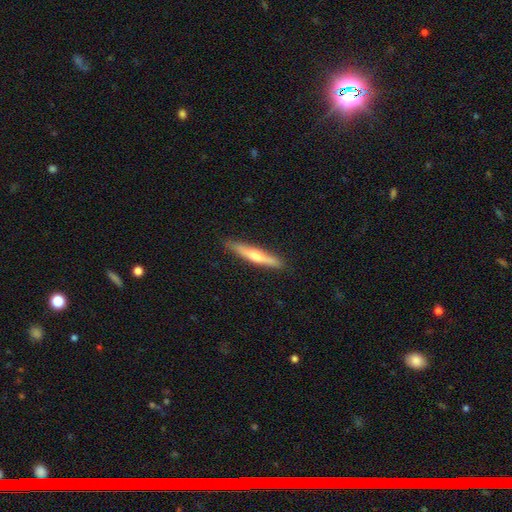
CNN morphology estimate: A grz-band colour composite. It shows a featured or disk galaxy (49%). Merging: none (89%).